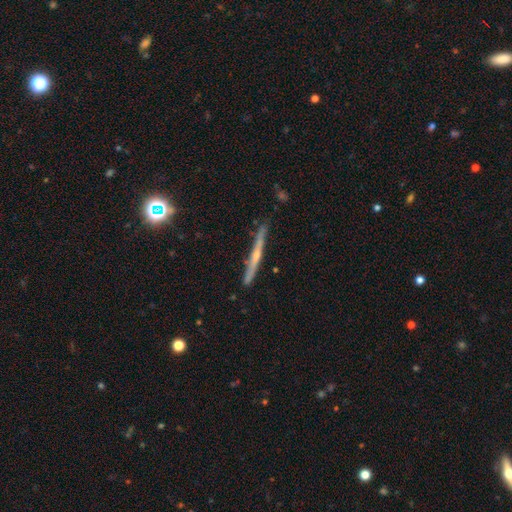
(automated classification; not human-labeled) featured or disk 74%, smooth 19%, star or artifact 7%. Down the decision tree: edge-on disk — yes (97%); edge-on bulge — rounded (71%); merging — none (86%).